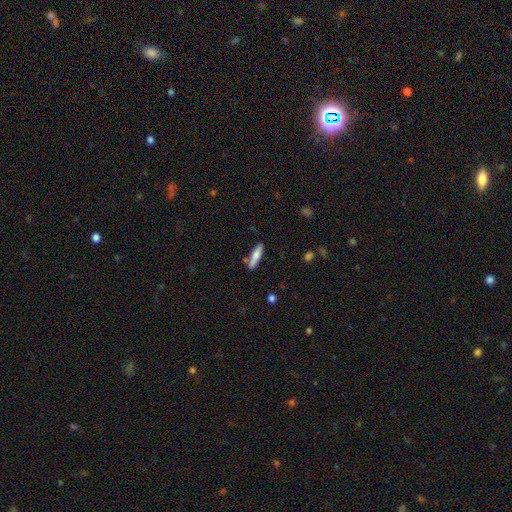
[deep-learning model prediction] This is likely a smooth galaxy (74%). How rounded: likely cigar-shaped (75%). Merging: likely none (77%).